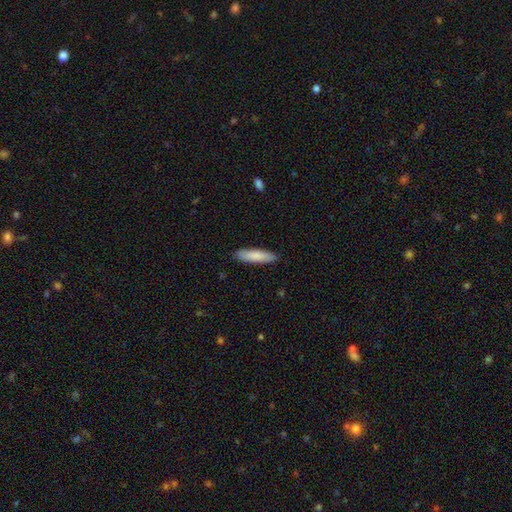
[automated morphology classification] This appears to be a smooth galaxy with no disk features (83%) that is cigar-shaped (72%). Merging: none (89%).